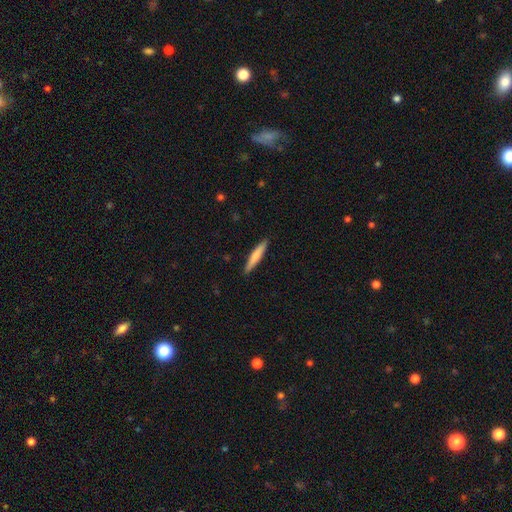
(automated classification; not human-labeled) smooth 70%, featured or disk 25%, star or artifact 5%. Down the decision tree: how rounded — cigar-shaped (92%); merging — none (90%).